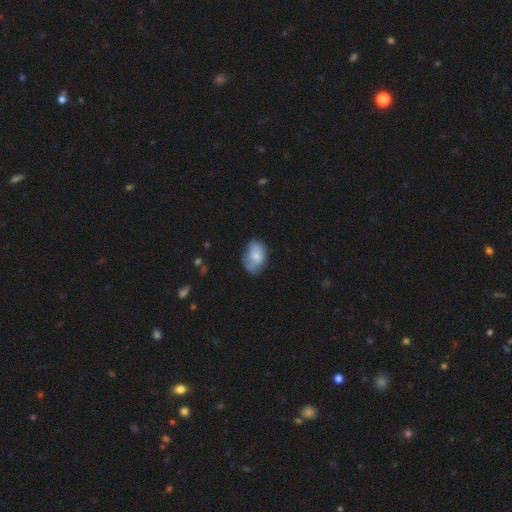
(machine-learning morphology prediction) This appears to be a smooth galaxy with no disk features (66%) that is in between round and cigar-shaped (82%). Merging: none (56%).